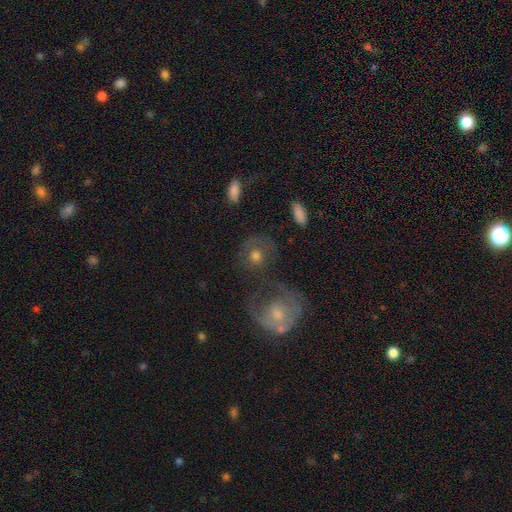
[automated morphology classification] Smooth or featured? smooth (49%)
Merging? none (54%)